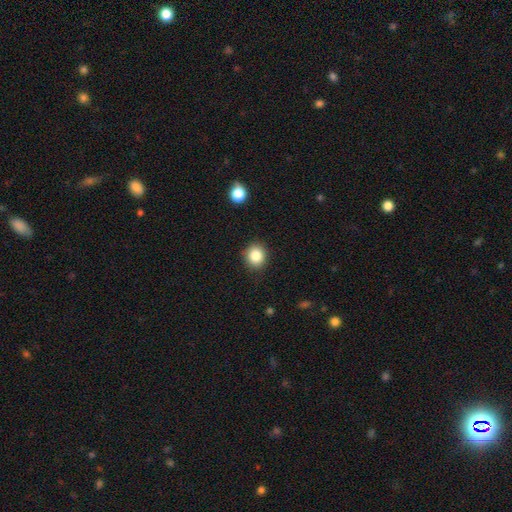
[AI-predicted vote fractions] Smooth or featured? Predicted: smooth (p=0.84). How rounded? Predicted: round (p=0.83). Merging? Predicted: none (p=0.89).